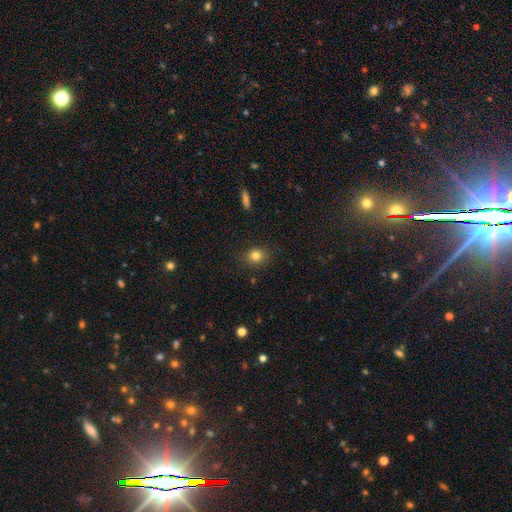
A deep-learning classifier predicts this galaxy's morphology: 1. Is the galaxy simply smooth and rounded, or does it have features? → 82% smooth, 12% star or artifact, 7% featured or disk.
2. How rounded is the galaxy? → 69% round, 30% in between, 1% cigar-shaped.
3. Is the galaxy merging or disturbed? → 85% none, 11% minor disturbance, 3% major disturbance, 1% merger.